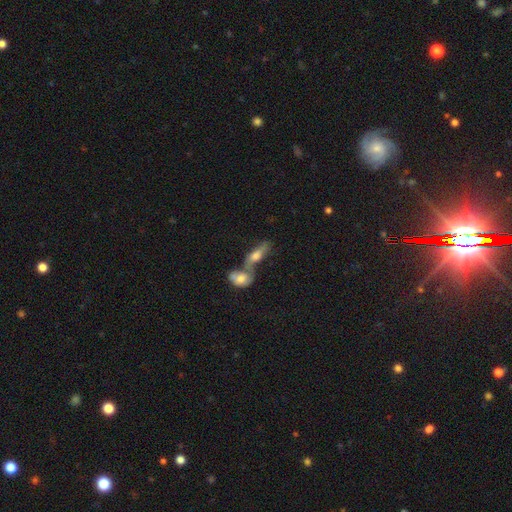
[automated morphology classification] Smooth or featured? Predicted: smooth (p=0.58). How rounded? Predicted: in between (p=0.67). Merging? Predicted: merger (p=0.58).